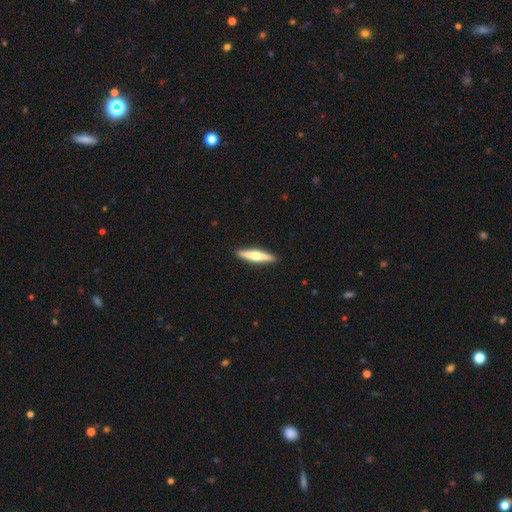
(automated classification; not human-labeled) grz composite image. It shows a featured or disk galaxy (52%) viewed edge-on (96%). Merging: none (91%).